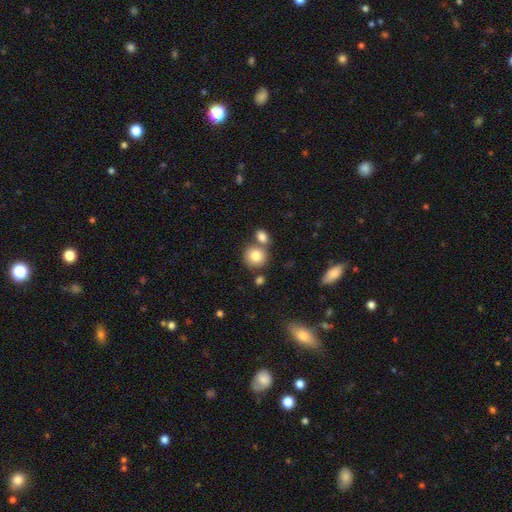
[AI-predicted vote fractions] Smooth or featured? smooth (81%)
How rounded? round (85%)
Merging? none (60%)